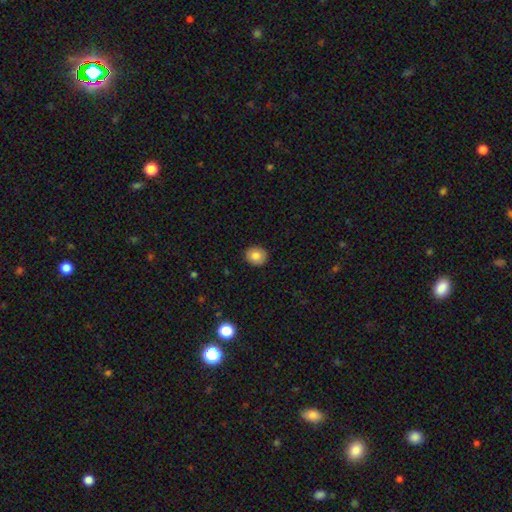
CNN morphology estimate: Smooth or featured? Predicted: smooth (p=0.82). How rounded? Predicted: round (p=0.81). Merging? Predicted: none (p=0.91).